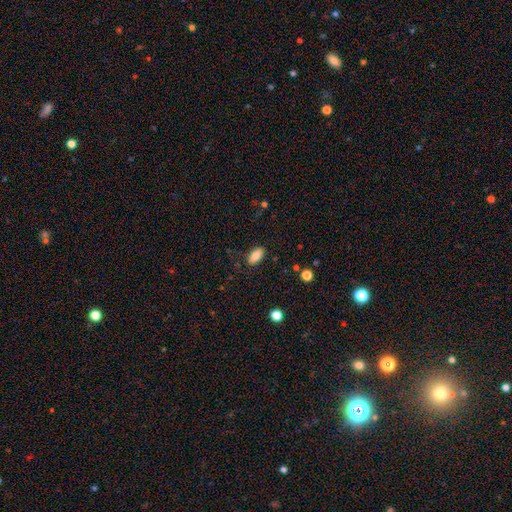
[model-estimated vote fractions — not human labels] Smooth or featured? Predicted: smooth (p=0.84). How rounded? Predicted: in between (p=0.90). Merging? Predicted: none (p=0.83).